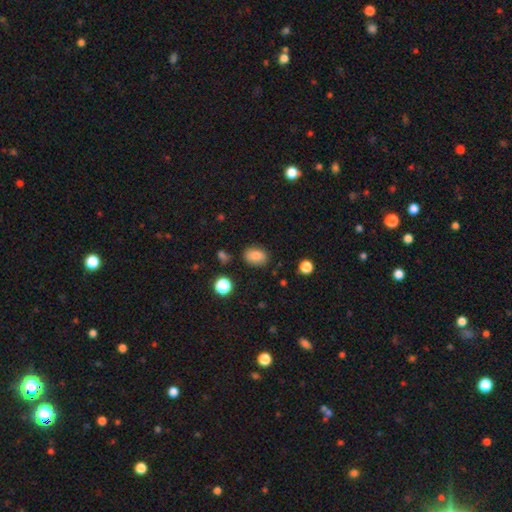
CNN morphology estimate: A smooth galaxy with no disk features (84%) that is in between round and cigar-shaped (75%). Merging: none (81%).